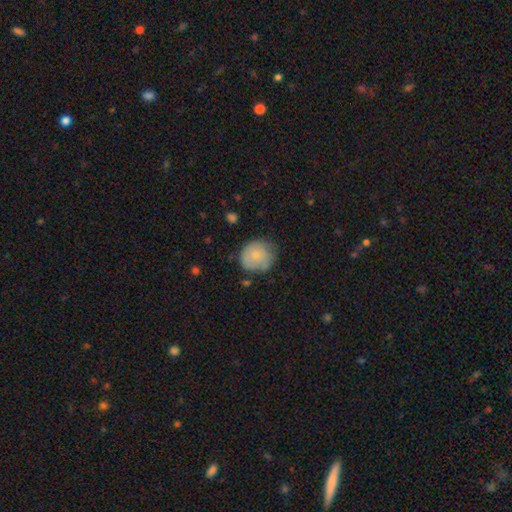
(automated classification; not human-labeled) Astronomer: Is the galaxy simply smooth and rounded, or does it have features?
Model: smooth — 69%.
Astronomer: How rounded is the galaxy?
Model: round — 84%.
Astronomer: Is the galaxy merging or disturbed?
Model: none — 60%.